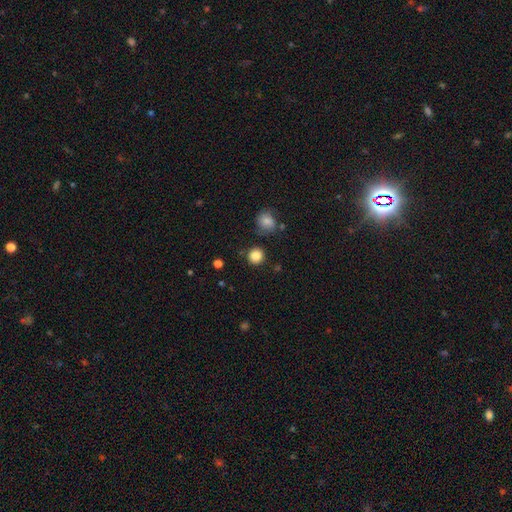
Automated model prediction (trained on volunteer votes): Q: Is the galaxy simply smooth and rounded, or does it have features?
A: smooth — 85%.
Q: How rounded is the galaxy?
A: round — 93%.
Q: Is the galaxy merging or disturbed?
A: none — 85%.